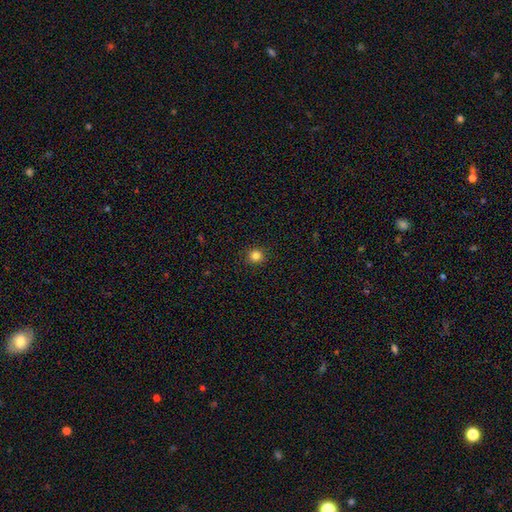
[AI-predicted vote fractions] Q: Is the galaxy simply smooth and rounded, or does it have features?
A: smooth — 83%.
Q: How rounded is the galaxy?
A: round — 92%.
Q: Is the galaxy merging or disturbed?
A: none — 92%.